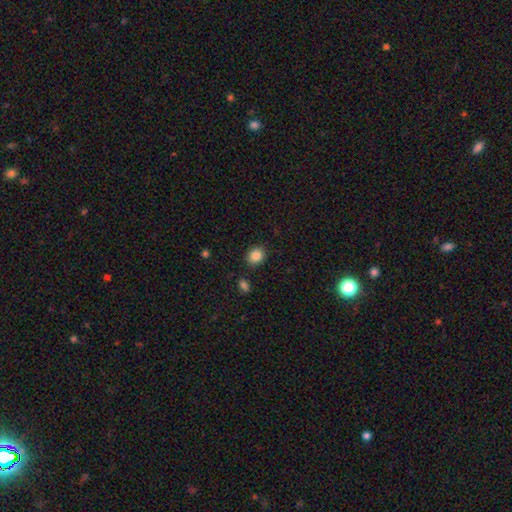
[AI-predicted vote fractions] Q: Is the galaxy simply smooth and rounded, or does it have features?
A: smooth — 86%.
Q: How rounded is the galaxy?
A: round — 57%.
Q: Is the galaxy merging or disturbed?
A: none — 85%.